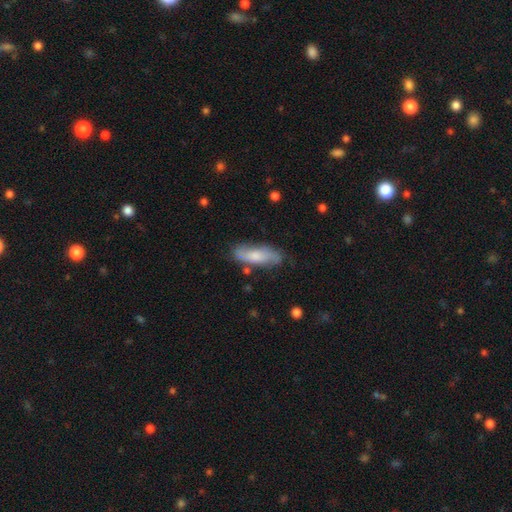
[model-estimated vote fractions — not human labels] Smooth or featured? smooth (56%)
How rounded? in between (58%)
Merging? none (72%)